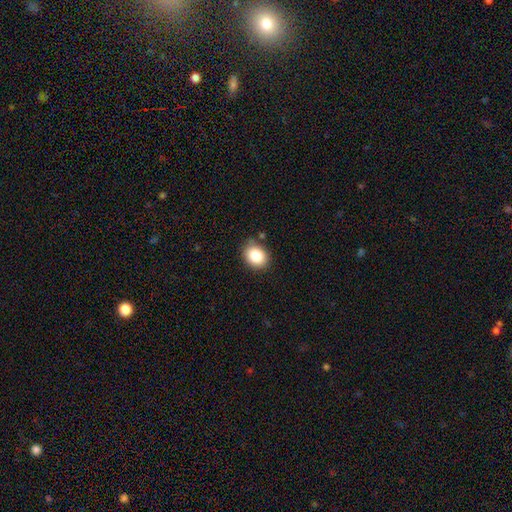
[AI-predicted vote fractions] smooth_or_featured: smooth (p=0.85) [alt: star or artifact p=0.09]
how_rounded: round (p=0.50) [alt: in between p=0.49]
merging: none (p=0.80) [alt: minor disturbance p=0.14]